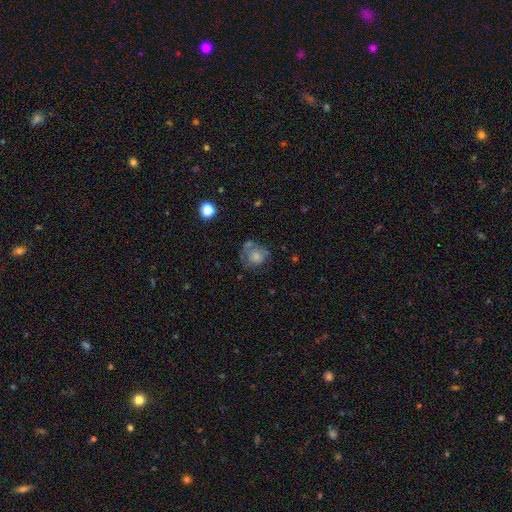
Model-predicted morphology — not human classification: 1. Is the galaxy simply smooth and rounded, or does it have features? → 55% smooth, 34% featured or disk, 11% star or artifact.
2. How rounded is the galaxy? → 74% round, 25% in between, 1% cigar-shaped.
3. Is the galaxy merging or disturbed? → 47% none, 24% minor disturbance, 20% major disturbance, 9% merger.